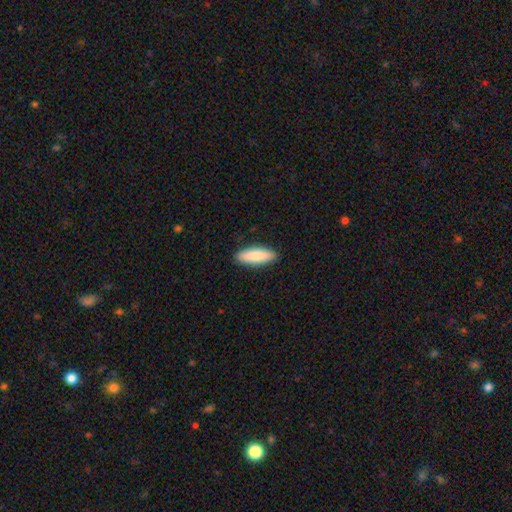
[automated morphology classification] This appears to be a smooth galaxy with no disk features (86%) that is cigar-shaped (52%). Merging: none (89%).